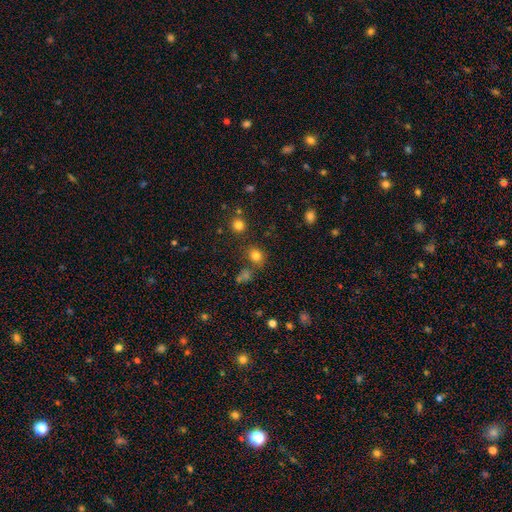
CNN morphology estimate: Smooth or featured: smooth — 78% (star or artifact — 16%)
How rounded: round — 70% (in between — 29%)
Merging: none — 75% (minor disturbance — 11%)